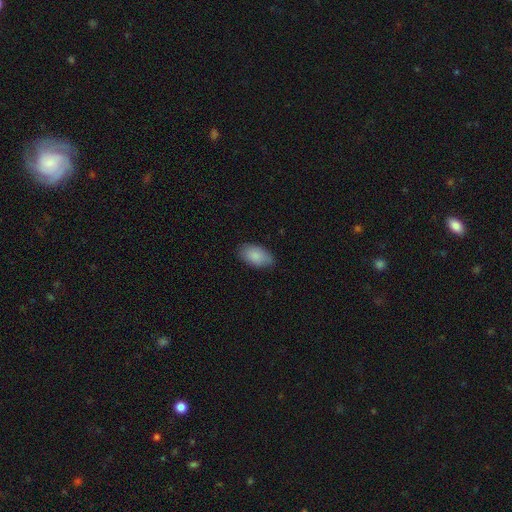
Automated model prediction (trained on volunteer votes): Smooth or featured? smooth (88%)
How rounded? in between (95%)
Merging? none (83%)